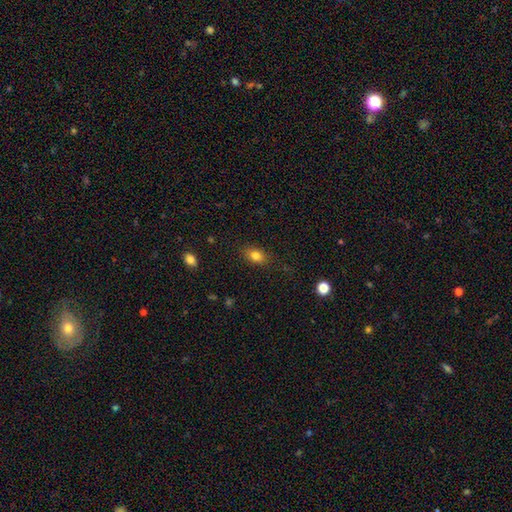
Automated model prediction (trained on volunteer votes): The model was most divided on "how rounded": in between: 75%, round: 23%, cigar-shaped: 2%. More confident: merging — none (84%); smooth or featured — smooth (81%).